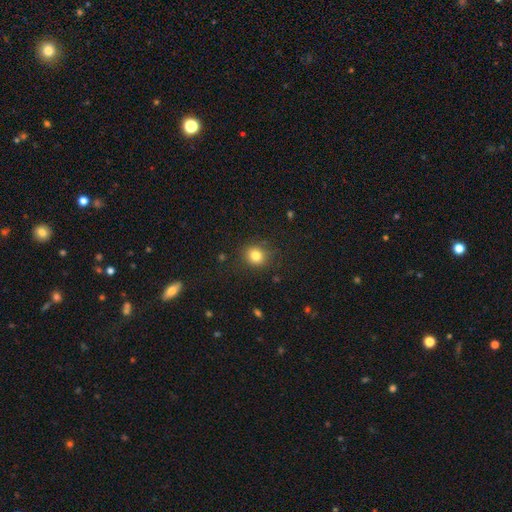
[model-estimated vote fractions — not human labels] This appears to be a smooth galaxy with no disk features (81%) that is round (79%). Merging: none (85%).